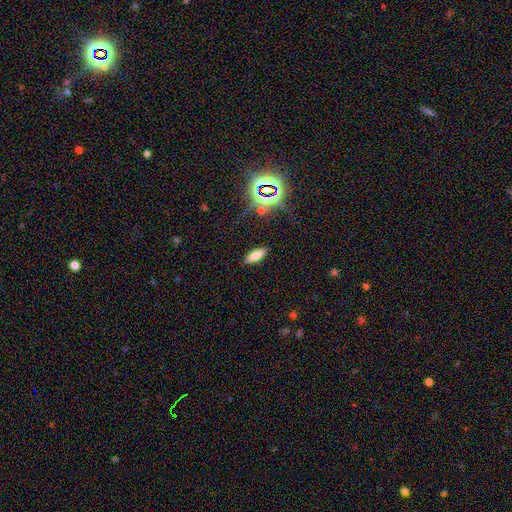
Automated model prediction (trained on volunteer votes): Q: Smooth or featured?
A: smooth (72%); runner-up: star or artifact (16%)
Q: How rounded?
A: in between (71%); runner-up: cigar-shaped (26%)
Q: Merging?
A: none (88%); runner-up: minor disturbance (8%)